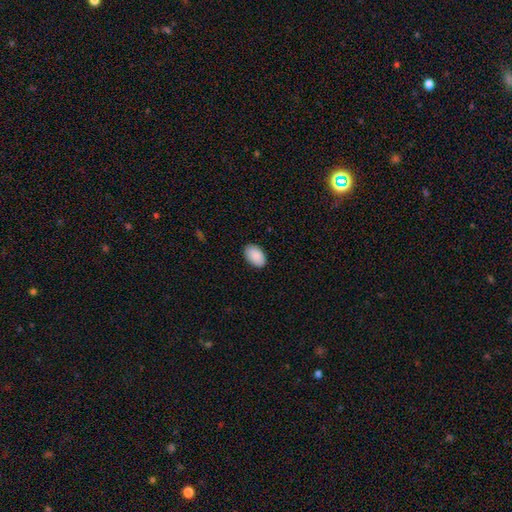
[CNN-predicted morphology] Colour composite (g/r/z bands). It shows a smooth galaxy with no disk features (91%) that is in between round and cigar-shaped (93%). Merging: none (88%).